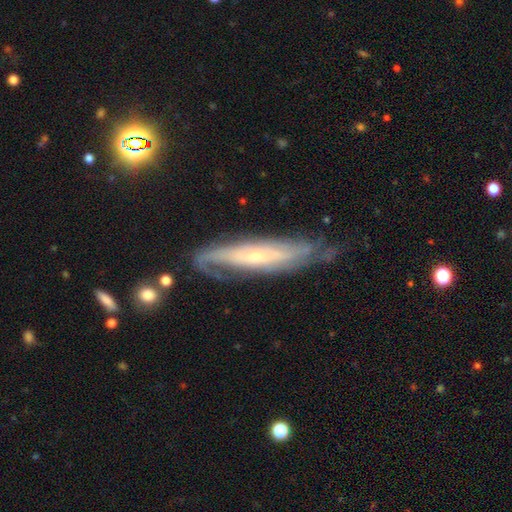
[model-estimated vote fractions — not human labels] A featured or disk galaxy (76%).

Vote fractions:
- Smooth or featured? featured or disk: 76% / smooth: 19% / star or artifact: 6%
- Edge-on disk? no: 62% / yes: 38%
- Merging? none: 60% / minor disturbance: 23% / major disturbance: 14% / merger: 3%